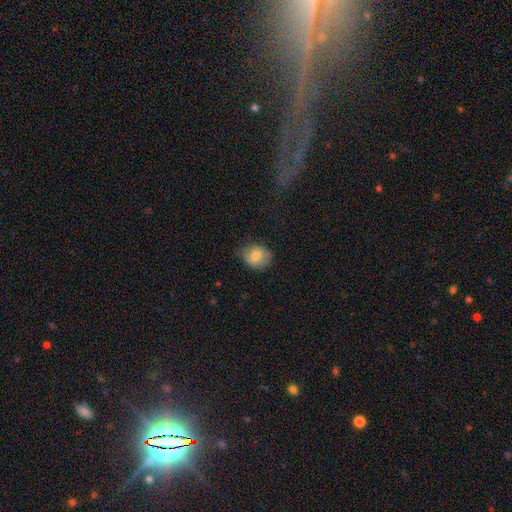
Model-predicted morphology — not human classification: smooth-or-featured: smooth: 75% | featured or disk: 17% | star or artifact: 8%
  how-rounded: round: 59% | in between: 40% | cigar-shaped: 1%
  merging: none: 73% | minor disturbance: 21% | major disturbance: 5% | merger: 1%